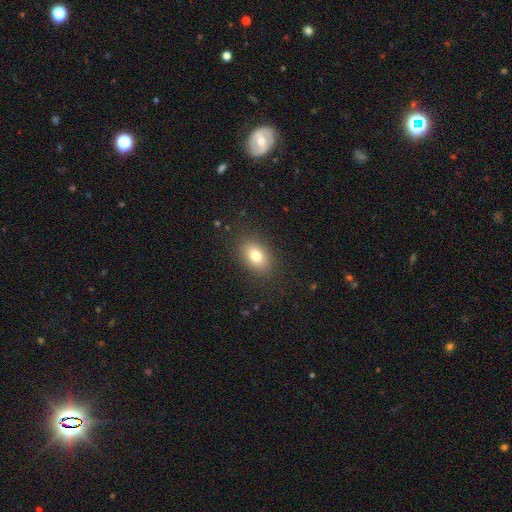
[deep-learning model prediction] Smooth or featured? smooth (79%)
How rounded? in between (82%)
Merging? none (86%)